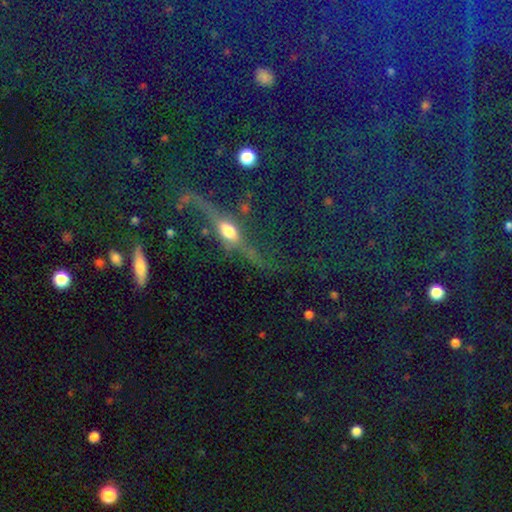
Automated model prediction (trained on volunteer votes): Smooth or featured?
  - featured or disk: 63% *
  - star or artifact: 24%
  - smooth: 12%
Edge-on disk?
  - yes: 61% *
  - no: 39%
Merging?
  - none: 68% *
  - minor disturbance: 15%
  - major disturbance: 10%
  - merger: 6%